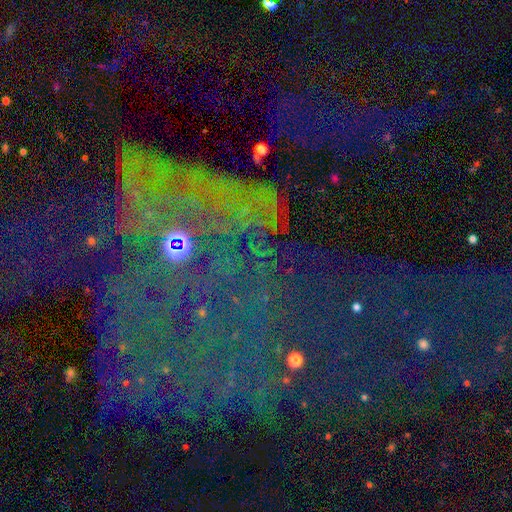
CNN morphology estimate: smooth-or-featured: star or artifact: 67% | featured or disk: 20% | smooth: 13%